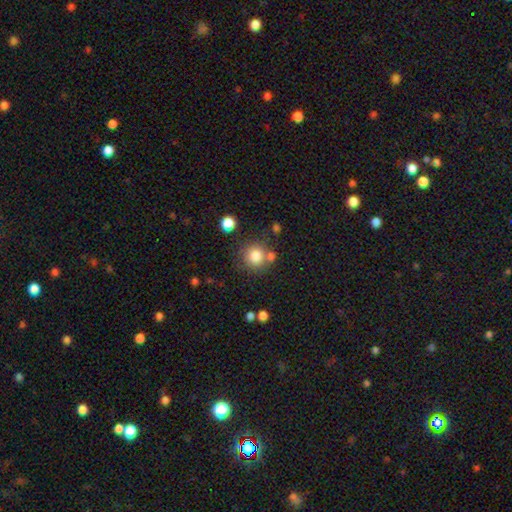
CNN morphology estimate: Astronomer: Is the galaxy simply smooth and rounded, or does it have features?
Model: smooth — 80%.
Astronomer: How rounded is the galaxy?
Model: round — 92%.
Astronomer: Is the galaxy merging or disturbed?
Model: none — 72%.